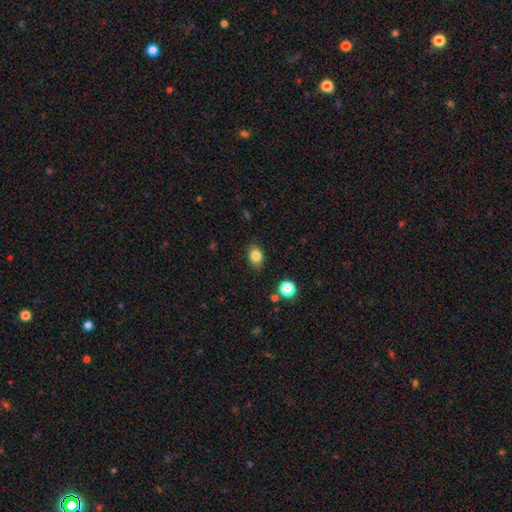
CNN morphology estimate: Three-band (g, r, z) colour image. It shows a smooth galaxy with no disk features (84%) that is in between round and cigar-shaped (71%). Merging: none (84%).